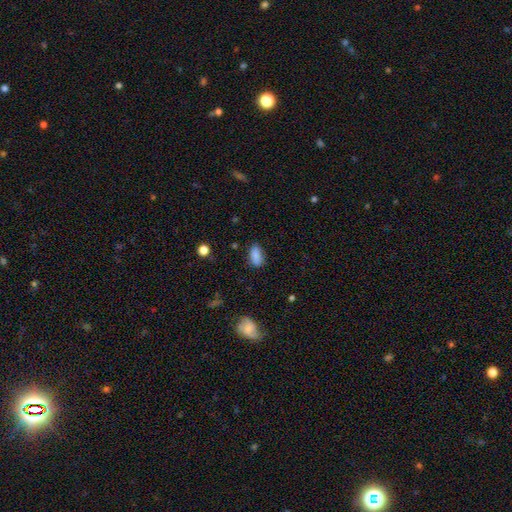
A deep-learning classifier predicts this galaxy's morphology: A smooth galaxy with no disk features (85%) that is in between round and cigar-shaped (88%).

Vote fractions:
- Smooth or featured? smooth: 85% / star or artifact: 9% / featured or disk: 6%
- How rounded? in between: 88% / cigar-shaped: 8% / round: 4%
- Merging? none: 76% / minor disturbance: 18% / major disturbance: 4% / merger: 2%